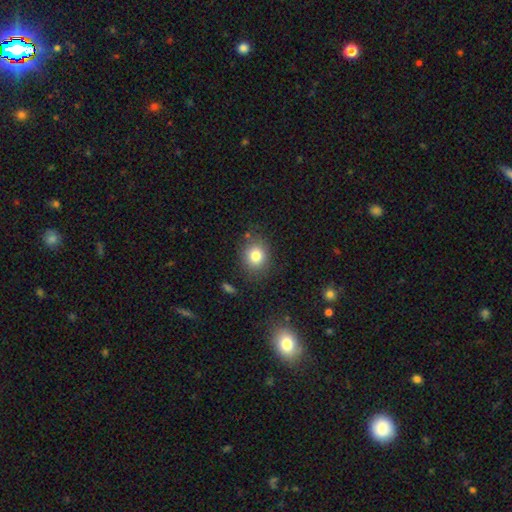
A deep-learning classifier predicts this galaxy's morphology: Smooth or featured?
  - smooth: 81% *
  - star or artifact: 11%
  - featured or disk: 8%
How rounded?
  - round: 70% *
  - in between: 29%
  - cigar-shaped: 1%
Merging?
  - none: 82% *
  - minor disturbance: 12%
  - major disturbance: 4%
  - merger: 3%